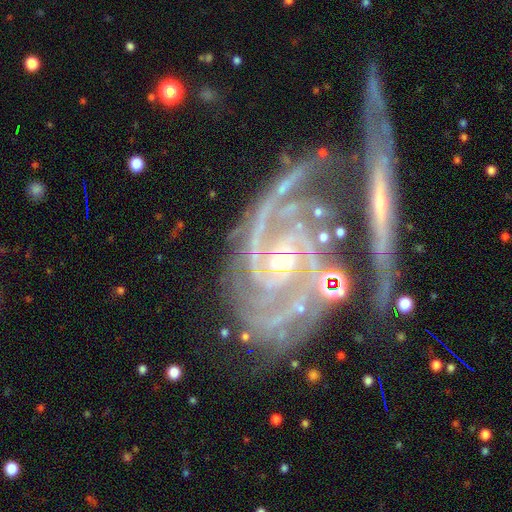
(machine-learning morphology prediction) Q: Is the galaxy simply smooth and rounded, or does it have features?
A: featured or disk — 91%.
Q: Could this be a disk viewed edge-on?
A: no — 97%.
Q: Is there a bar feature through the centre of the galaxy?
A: no — 58%.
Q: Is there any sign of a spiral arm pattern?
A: yes — 98%.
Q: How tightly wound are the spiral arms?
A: tight — 58%.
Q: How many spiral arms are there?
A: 2 — 27%.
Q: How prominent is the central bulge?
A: small — 56%.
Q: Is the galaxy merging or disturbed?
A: none — 48%.